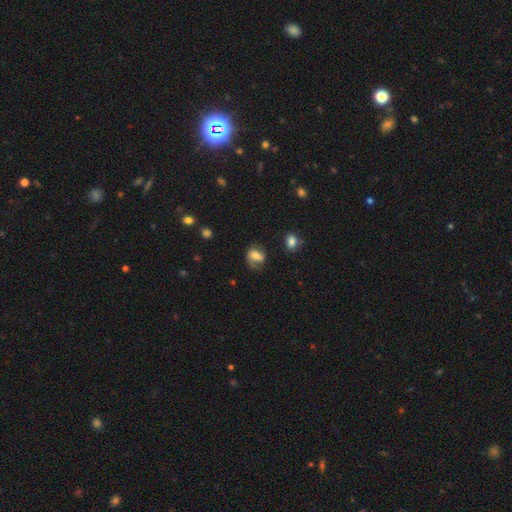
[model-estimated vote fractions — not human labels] A smooth galaxy with no disk features (56%) that is in between round and cigar-shaped (69%). Merging: none (50%).